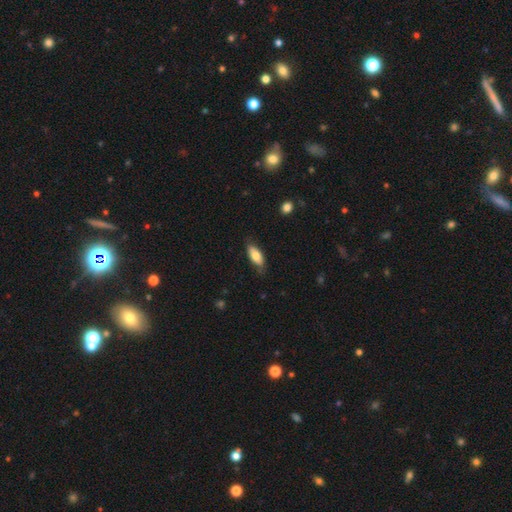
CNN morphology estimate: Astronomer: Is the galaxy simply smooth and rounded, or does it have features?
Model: smooth — 73%.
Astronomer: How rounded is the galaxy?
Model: in between — 84%.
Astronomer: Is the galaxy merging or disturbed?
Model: none — 74%.